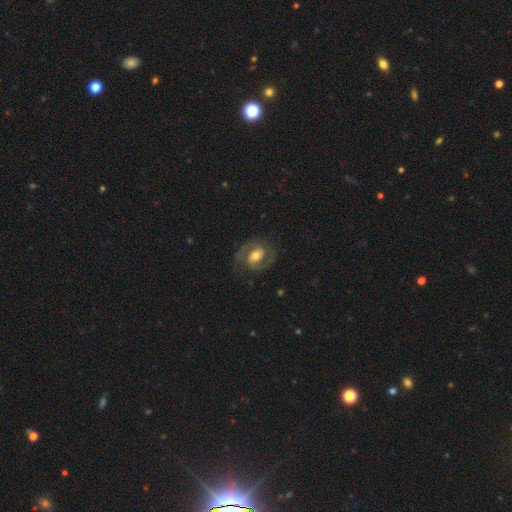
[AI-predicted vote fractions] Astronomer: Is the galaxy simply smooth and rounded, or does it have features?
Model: featured or disk — 81%.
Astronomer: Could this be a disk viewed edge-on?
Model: no — 97%.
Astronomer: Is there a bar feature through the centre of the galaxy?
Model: weak — 43% (runner-up: no, 39%).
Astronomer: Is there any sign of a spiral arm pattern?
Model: yes — 92%.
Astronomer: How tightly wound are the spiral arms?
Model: medium — 53% (runner-up: tight, 32%).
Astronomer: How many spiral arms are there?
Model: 2 — 90%.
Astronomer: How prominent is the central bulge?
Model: moderate — 68%.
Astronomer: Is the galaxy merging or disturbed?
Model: none — 76%.